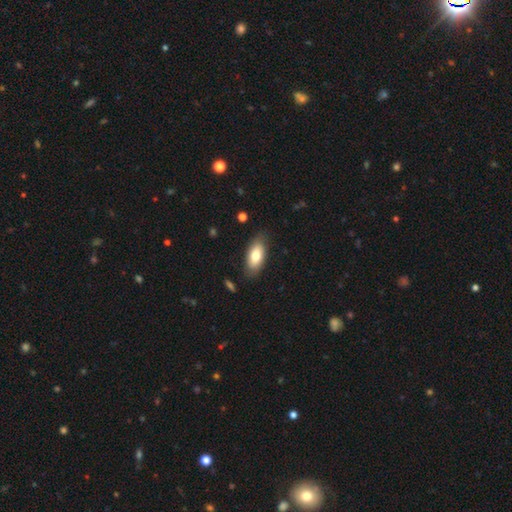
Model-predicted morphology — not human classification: This is likely a smooth galaxy (76%). How rounded: clearly in between (89%). Merging: clearly none (81%).